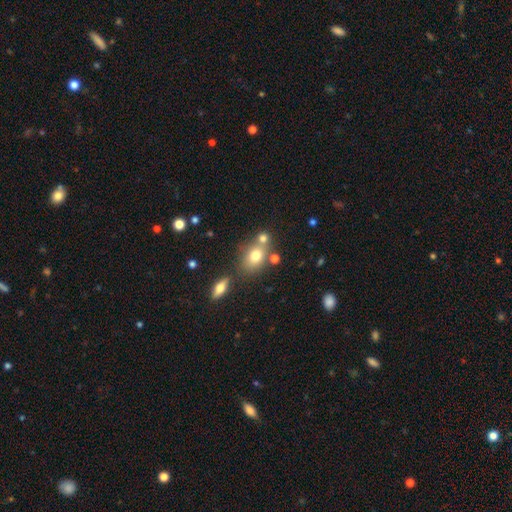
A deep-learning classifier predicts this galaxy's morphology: smooth-or-featured: smooth: 73% | featured or disk: 15% | star or artifact: 12%
  how-rounded: in between: 60% | round: 38% | cigar-shaped: 2%
  merging: none: 54% | merger: 29% | minor disturbance: 13% | major disturbance: 5%